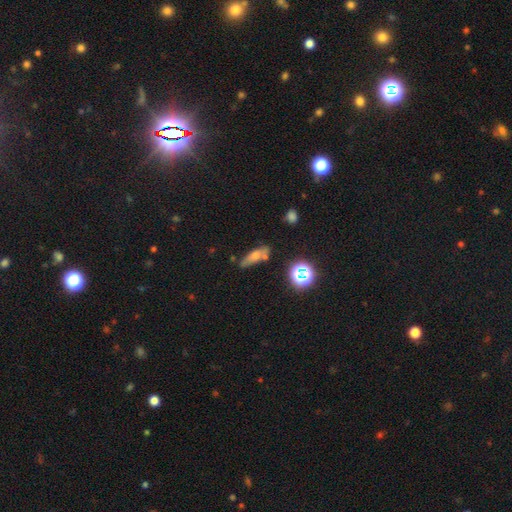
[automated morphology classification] Smooth or featured?
  - smooth: 57% *
  - featured or disk: 27%
  - star or artifact: 16%
How rounded?
  - cigar-shaped: 48% *
  - in between: 44%
  - round: 7%
Merging?
  - none: 62% *
  - minor disturbance: 19%
  - merger: 13%
  - major disturbance: 6%